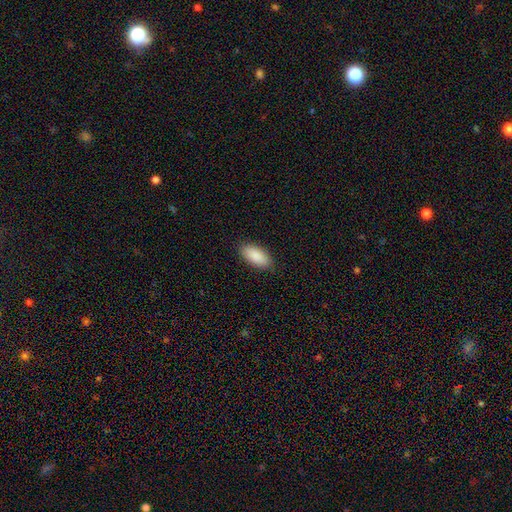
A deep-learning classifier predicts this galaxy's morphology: type=smooth (90%); roundness=in between (90%); merging=none (88%).